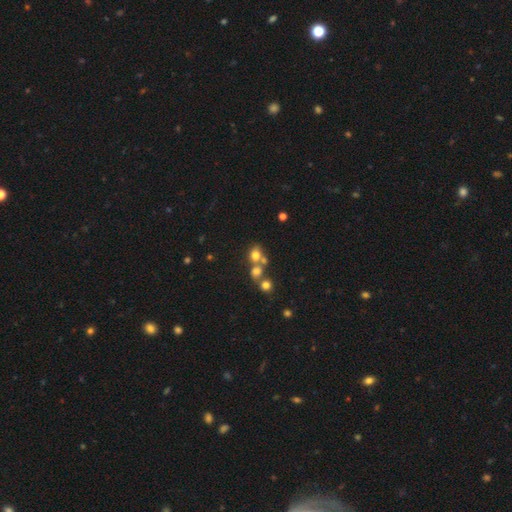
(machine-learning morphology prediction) smooth 69%, star or artifact 17%, featured or disk 14%. Down the decision tree: how rounded — round (66%); merging — none (43%).